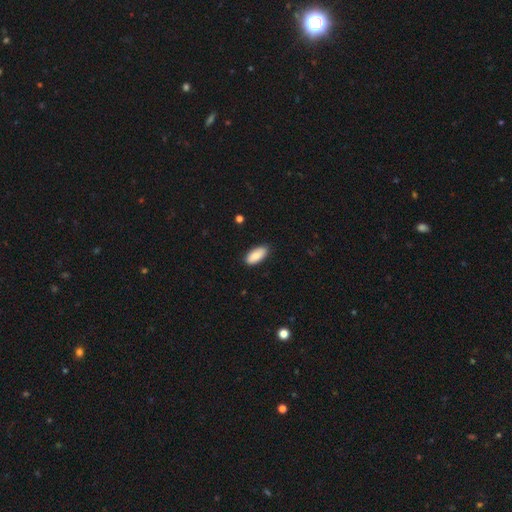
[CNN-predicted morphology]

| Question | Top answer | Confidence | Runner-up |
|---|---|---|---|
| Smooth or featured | smooth | 86% | featured or disk (8%) |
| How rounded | in between | 90% | cigar-shaped (8%) |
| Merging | none | 86% | minor disturbance (11%) |